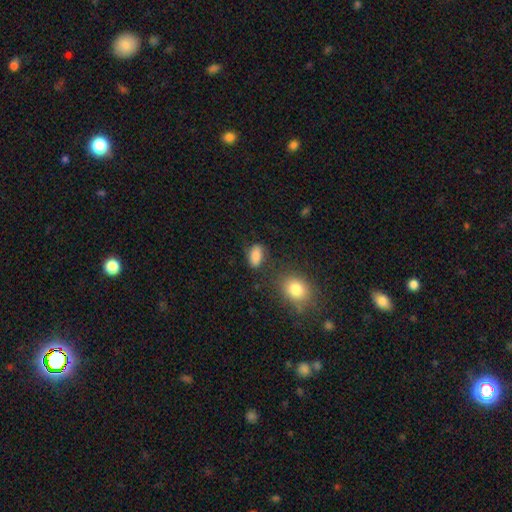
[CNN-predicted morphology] The model was most divided on "merging": none: 73%, minor disturbance: 17%, major disturbance: 5%, merger: 5%. More confident: how rounded — in between (88%); smooth or featured — smooth (83%).